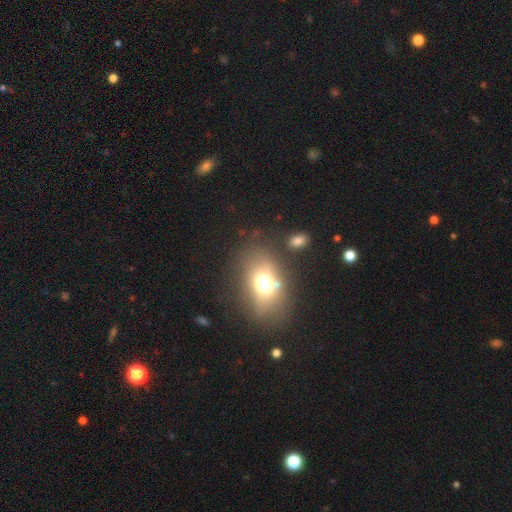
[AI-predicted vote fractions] A smooth galaxy with no disk features (61%) that is in between round and cigar-shaped (75%).

Vote fractions:
- Smooth or featured? smooth: 61% / featured or disk: 20% / star or artifact: 18%
- How rounded? in between: 75% / round: 22% / cigar-shaped: 3%
- Merging? none: 78% / minor disturbance: 12% / major disturbance: 5% / merger: 5%